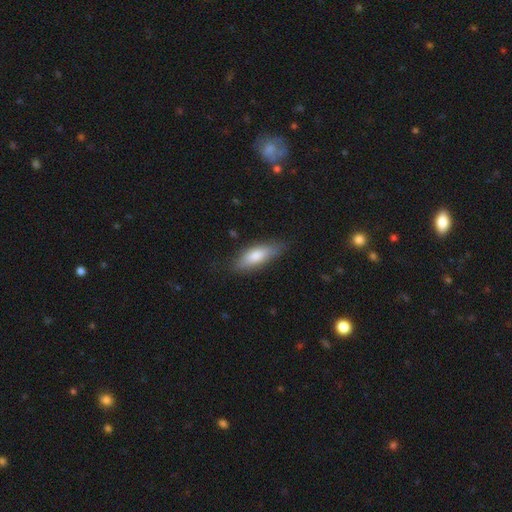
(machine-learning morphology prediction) A smooth galaxy with no disk features (73%) that is in between round and cigar-shaped (56%).

Vote fractions:
- Smooth or featured? smooth: 73% / featured or disk: 21% / star or artifact: 6%
- How rounded? in between: 56% / cigar-shaped: 42% / round: 2%
- Merging? none: 76% / minor disturbance: 18% / major disturbance: 4% / merger: 1%